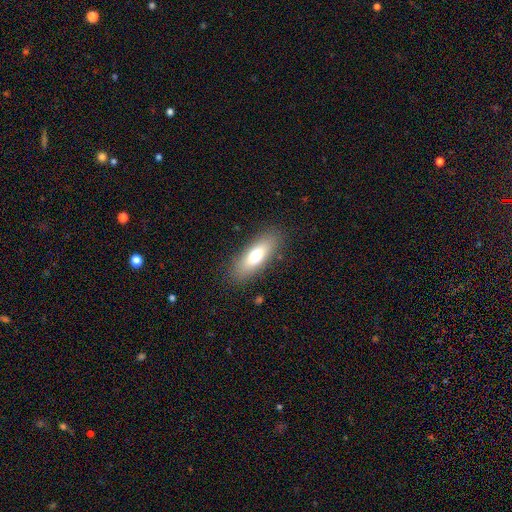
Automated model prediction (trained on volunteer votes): smooth 69%, featured or disk 23%, star or artifact 8%. Down the decision tree: how rounded — in between (63%); merging — none (86%).